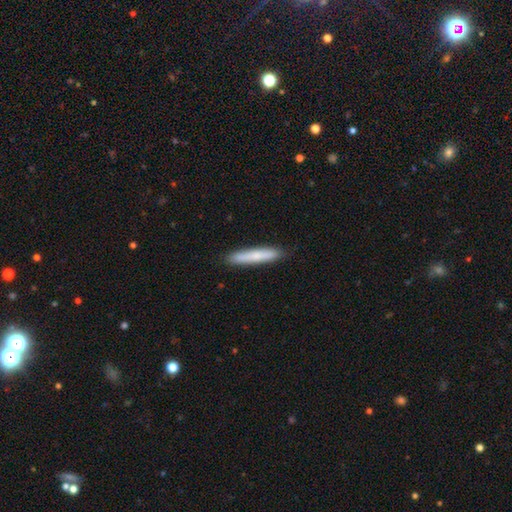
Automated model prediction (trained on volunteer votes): Q: Smooth or featured?
A: smooth (73%); runner-up: featured or disk (21%)
Q: How rounded?
A: cigar-shaped (93%); runner-up: in between (5%)
Q: Merging?
A: none (89%); runner-up: minor disturbance (8%)